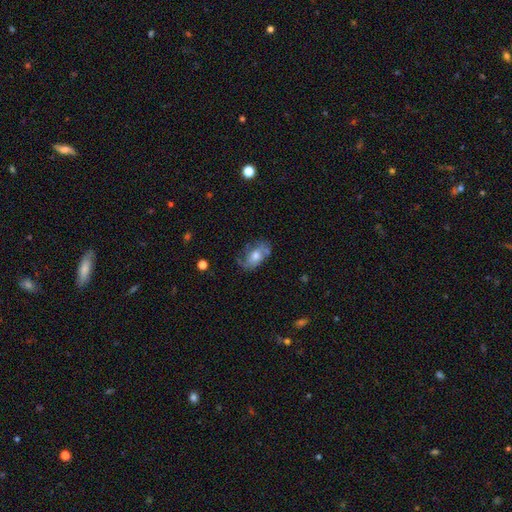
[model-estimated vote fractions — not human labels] Smooth or featured?
  - featured or disk: 53% *
  - smooth: 37%
  - star or artifact: 10%
Edge-on disk?
  - no: 93% *
  - yes: 7%
Merging?
  - none: 56% *
  - minor disturbance: 26%
  - major disturbance: 14%
  - merger: 5%